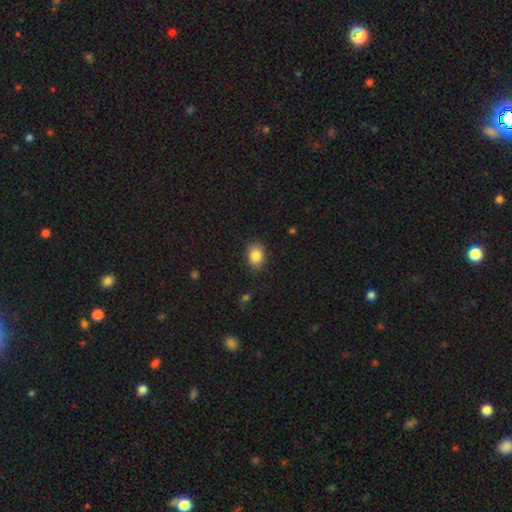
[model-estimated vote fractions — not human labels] The model was most divided on "how rounded": in between: 66%, round: 33%, cigar-shaped: 1%. More confident: smooth or featured — smooth (86%); merging — none (81%).